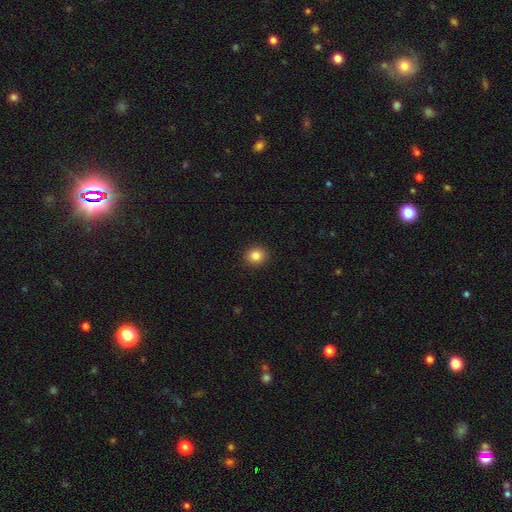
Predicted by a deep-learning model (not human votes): smooth_or_featured: smooth (p=0.85) [alt: star or artifact p=0.10]
how_rounded: round (p=0.84) [alt: in between p=0.16]
merging: none (p=0.92) [alt: minor disturbance p=0.05]